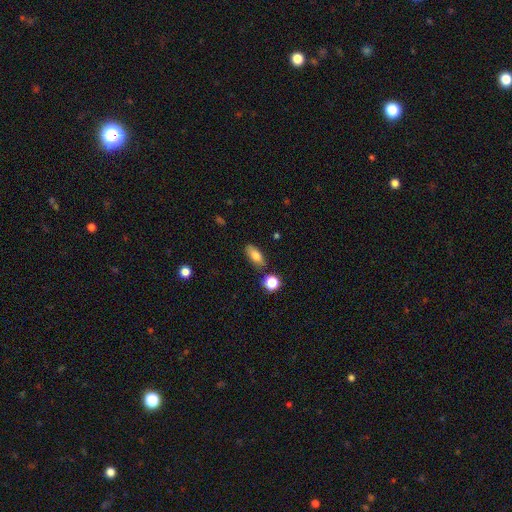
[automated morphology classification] A smooth galaxy with no disk features (78%) that is in between round and cigar-shaped (80%). Merging: none (79%).